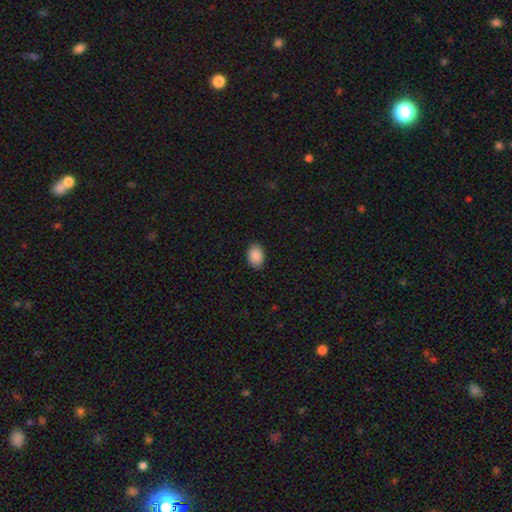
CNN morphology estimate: Smooth or featured? Predicted: smooth (p=0.90). How rounded? Predicted: in between (p=0.75). Merging? Predicted: none (p=0.88).